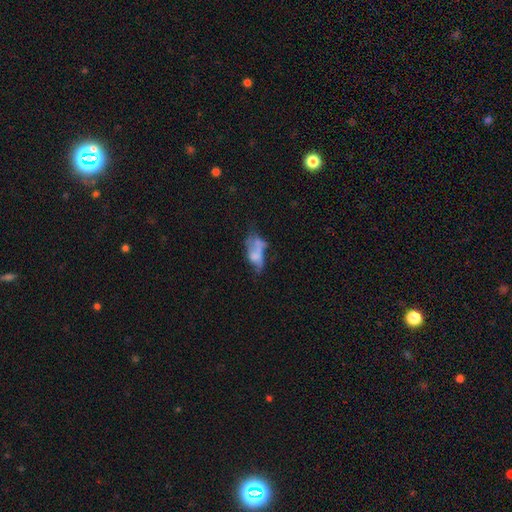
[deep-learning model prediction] Morphology: type=smooth (44%); merging=merger (32%).